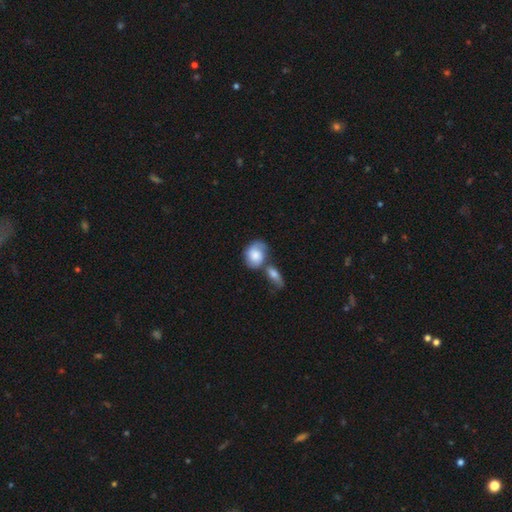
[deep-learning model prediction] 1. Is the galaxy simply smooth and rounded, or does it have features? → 52% smooth, 42% featured or disk, 7% star or artifact.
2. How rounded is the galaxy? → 59% in between, 39% round, 2% cigar-shaped.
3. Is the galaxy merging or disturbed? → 43% merger, 33% none, 16% minor disturbance, 9% major disturbance.